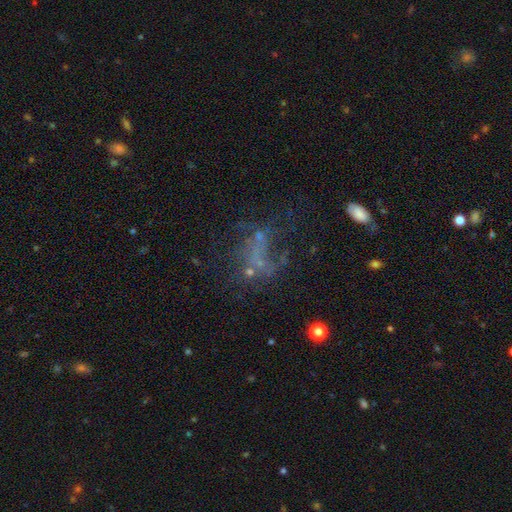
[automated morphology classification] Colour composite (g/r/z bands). It shows a featured or disk galaxy (42%). Merging: none (39%).